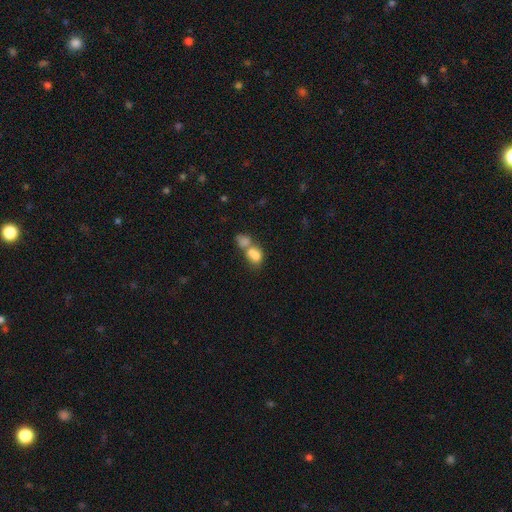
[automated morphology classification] smooth 74%, featured or disk 16%, star or artifact 10%. Down the decision tree: how rounded — in between (67%); merging — merger (72%).